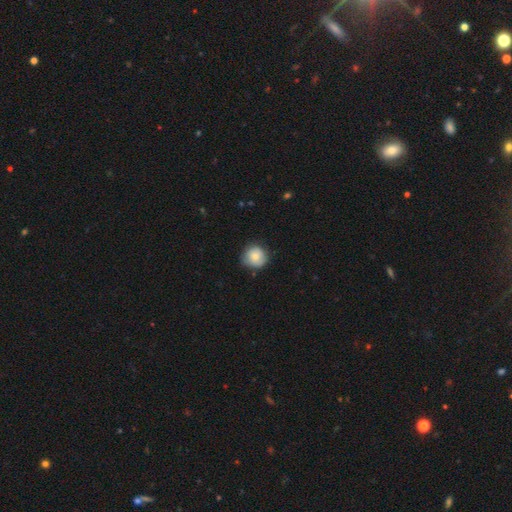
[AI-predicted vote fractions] Smooth or featured: smooth — 77% (featured or disk — 15%)
How rounded: round — 89% (in between — 10%)
Merging: none — 72% (minor disturbance — 23%)